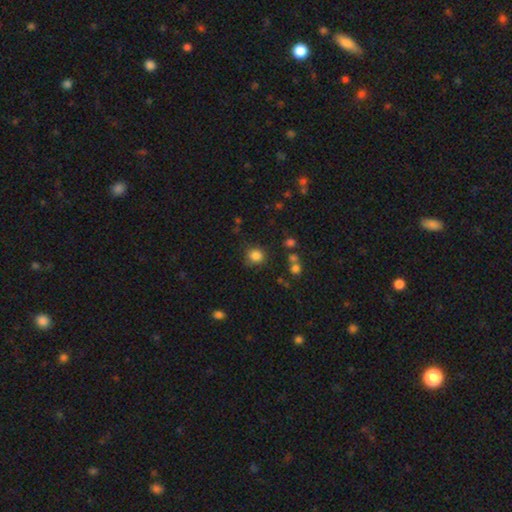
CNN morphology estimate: This is clearly a smooth galaxy (84%). How rounded: clearly round (87%). Merging: clearly none (81%).